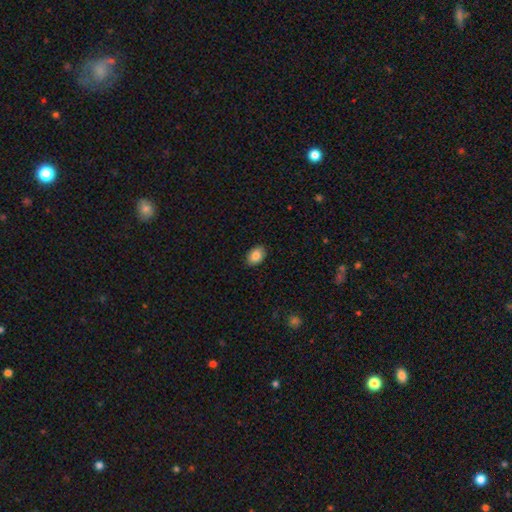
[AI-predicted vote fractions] Smooth or featured?
  - smooth: 87% *
  - star or artifact: 7%
  - featured or disk: 6%
How rounded?
  - in between: 83% *
  - round: 16%
  - cigar-shaped: 1%
Merging?
  - none: 89% *
  - minor disturbance: 8%
  - major disturbance: 2%
  - merger: 1%